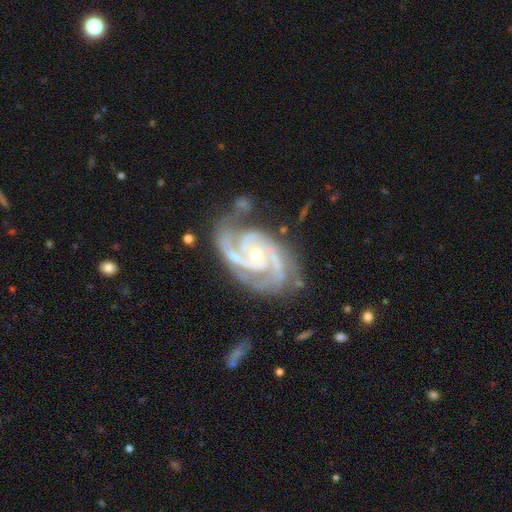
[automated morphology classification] Smooth or featured? Predicted: featured or disk (p=0.94). Edge-on disk? Predicted: no (p=0.98). Bar? Predicted: no (p=0.60). Spiral arms? Predicted: yes (p=0.99). Spiral winding? Predicted: tight (p=0.56). Spiral arm count? Predicted: 2 (p=0.42). Bulge size? Predicted: small (p=0.62). Merging? Predicted: none (p=0.66).